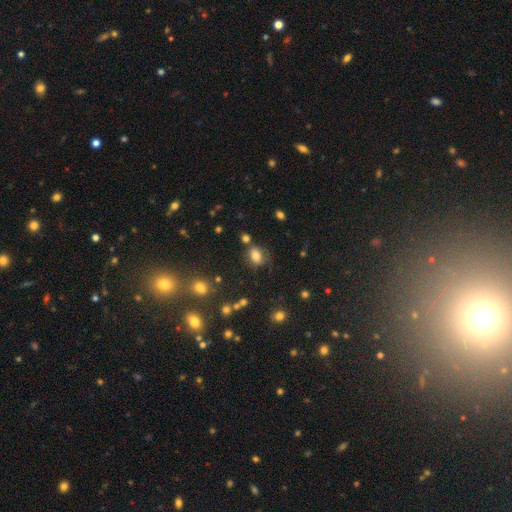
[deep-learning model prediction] The model was most divided on "how rounded": in between: 62%, round: 36%, cigar-shaped: 1%. More confident: smooth or featured — smooth (77%); merging — none (68%).